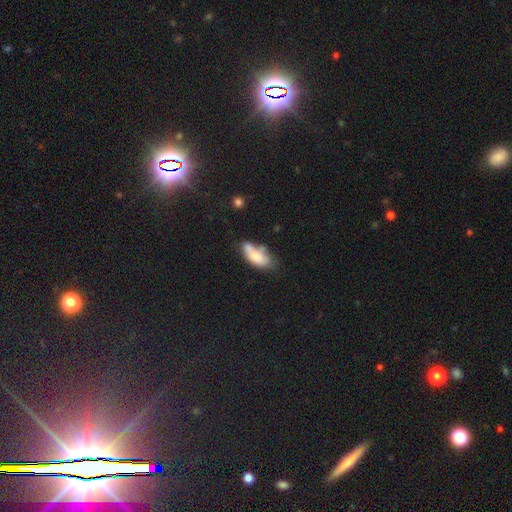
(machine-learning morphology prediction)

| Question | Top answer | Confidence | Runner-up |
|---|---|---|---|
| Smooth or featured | smooth | 74% | featured or disk (19%) |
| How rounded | in between | 80% | cigar-shaped (17%) |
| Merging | none | 39% | minor disturbance (27%) |